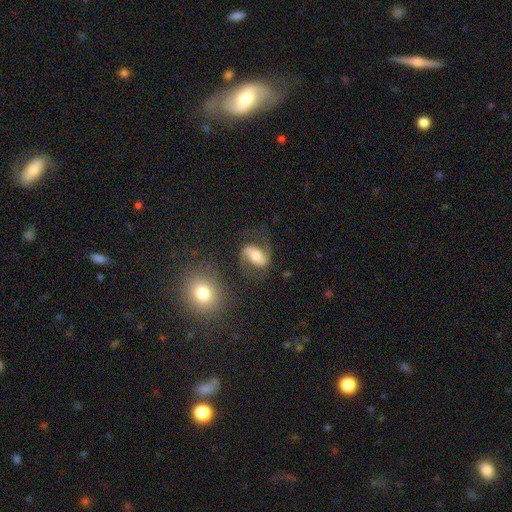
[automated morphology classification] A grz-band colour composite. It shows a featured or disk galaxy (66%) with a strong bar (37%), 2 (90%) medium (45%) spiral arms (90%) and a moderate central bulge (48%). Merging: none (60%).